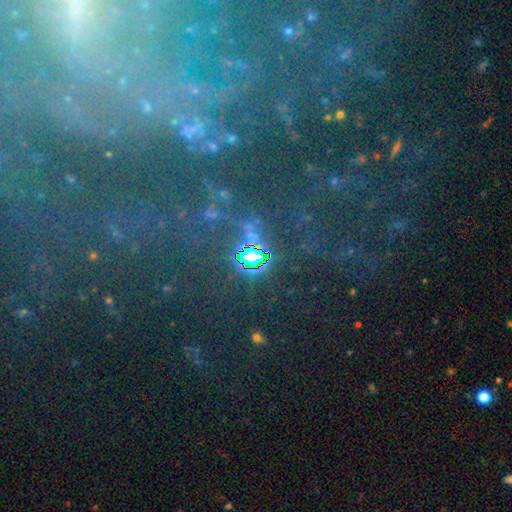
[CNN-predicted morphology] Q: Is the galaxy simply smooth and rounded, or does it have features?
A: star or artifact — 58%.